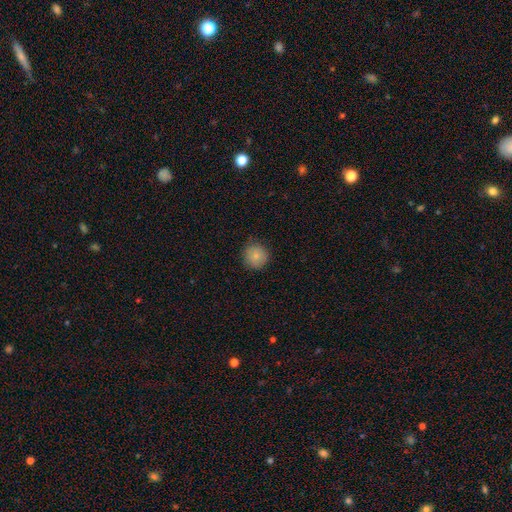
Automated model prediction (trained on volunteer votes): Smooth or featured?
  - smooth: 83% *
  - star or artifact: 9%
  - featured or disk: 7%
How rounded?
  - round: 92% *
  - in between: 7%
  - cigar-shaped: 1%
Merging?
  - none: 84% *
  - minor disturbance: 12%
  - major disturbance: 3%
  - merger: 1%